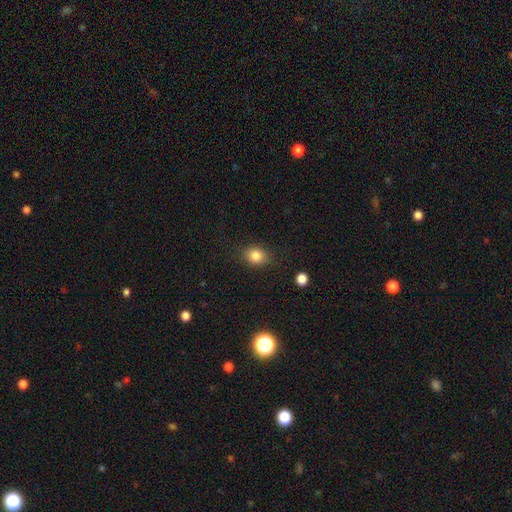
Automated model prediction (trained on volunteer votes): Smooth or featured?
  - smooth: 84% *
  - star or artifact: 10%
  - featured or disk: 6%
How rounded?
  - round: 55% *
  - in between: 44%
  - cigar-shaped: 1%
Merging?
  - none: 82% *
  - minor disturbance: 13%
  - major disturbance: 4%
  - merger: 2%